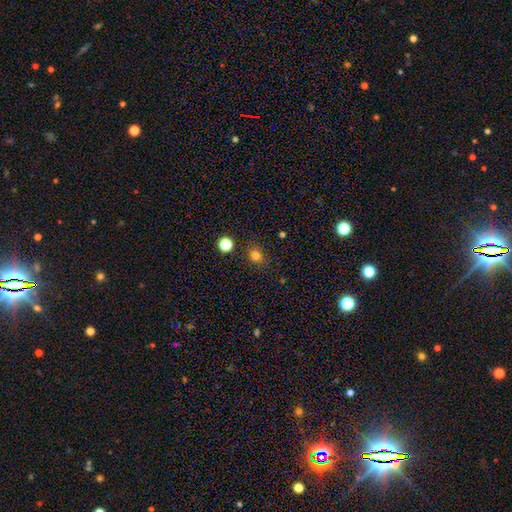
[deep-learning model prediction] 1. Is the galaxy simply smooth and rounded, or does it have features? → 79% smooth, 16% star or artifact, 5% featured or disk.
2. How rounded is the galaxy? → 74% round, 25% in between, 1% cigar-shaped.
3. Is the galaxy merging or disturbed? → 84% none, 10% minor disturbance, 3% major disturbance, 2% merger.